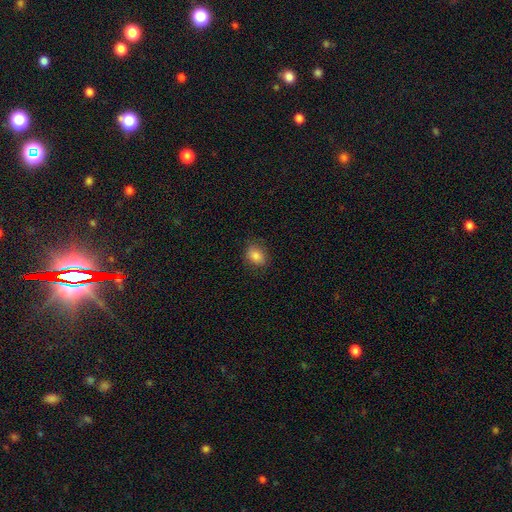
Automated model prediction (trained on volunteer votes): Smooth or featured? smooth (84%)
How rounded? in between (59%)
Merging? none (81%)